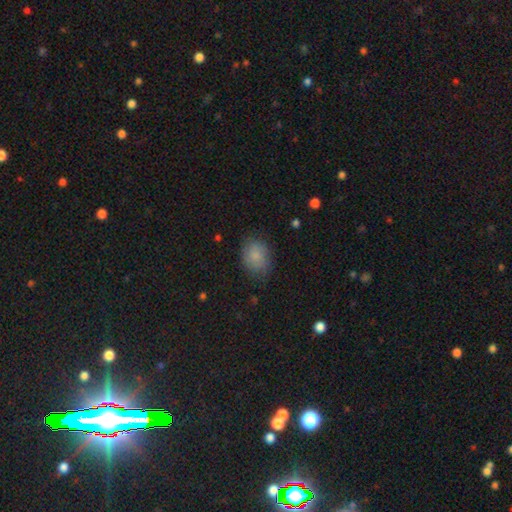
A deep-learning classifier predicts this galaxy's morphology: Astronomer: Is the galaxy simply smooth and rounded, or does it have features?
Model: smooth — 82%.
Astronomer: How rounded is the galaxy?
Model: in between — 57% (runner-up: round, 42%).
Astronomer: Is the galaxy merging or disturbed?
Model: none — 73%.